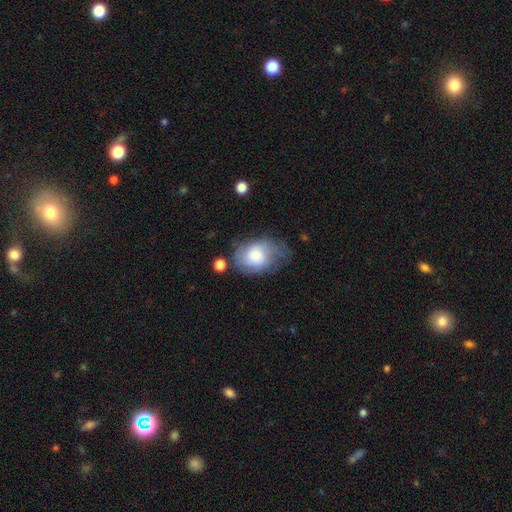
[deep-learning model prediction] Smooth or featured: smooth — 58% (featured or disk — 34%)
How rounded: in between — 69% (round — 30%)
Merging: none — 40% (minor disturbance — 32%)